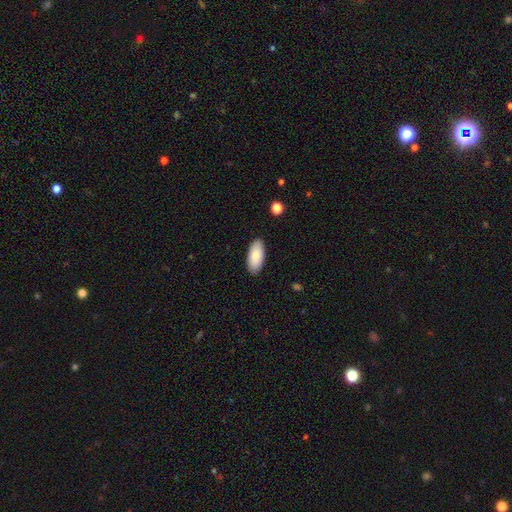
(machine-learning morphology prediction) This is clearly a smooth galaxy (86%). How rounded: clearly in between (90%). Merging: clearly none (88%).